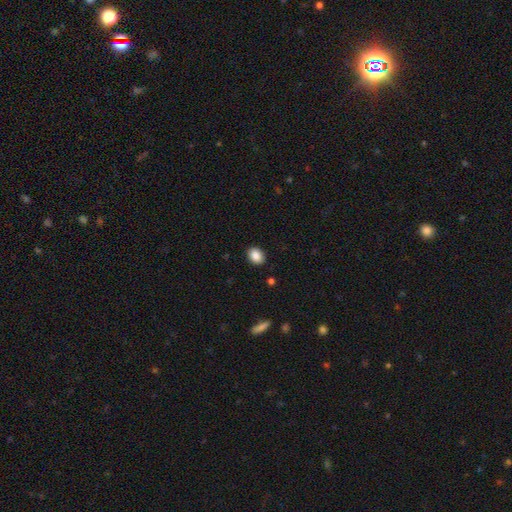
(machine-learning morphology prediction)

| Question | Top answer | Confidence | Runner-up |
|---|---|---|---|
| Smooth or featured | smooth | 88% | star or artifact (8%) |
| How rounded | in between | 57% | round (42%) |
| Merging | none | 90% | minor disturbance (7%) |